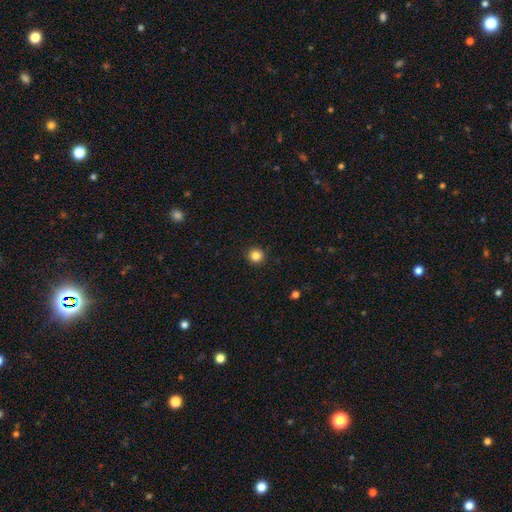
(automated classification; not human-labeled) This is clearly a smooth galaxy (84%). How rounded: clearly round (95%). Merging: clearly none (93%).